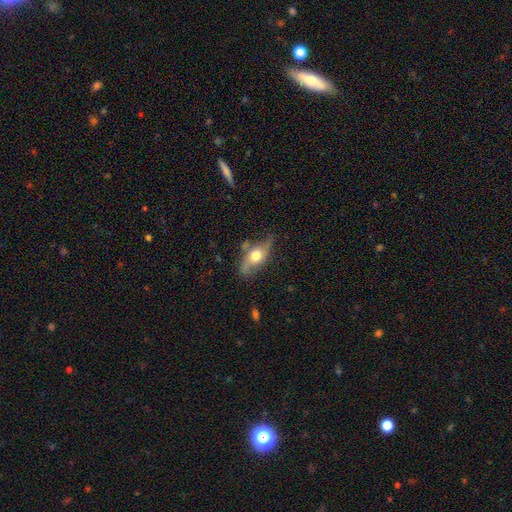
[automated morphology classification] A featured or disk galaxy (60%).

Vote fractions:
- Smooth or featured? featured or disk: 60% / smooth: 33% / star or artifact: 7%
- Edge-on disk? no: 61% / yes: 39%
- Merging? none: 59% / minor disturbance: 26% / major disturbance: 10% / merger: 5%